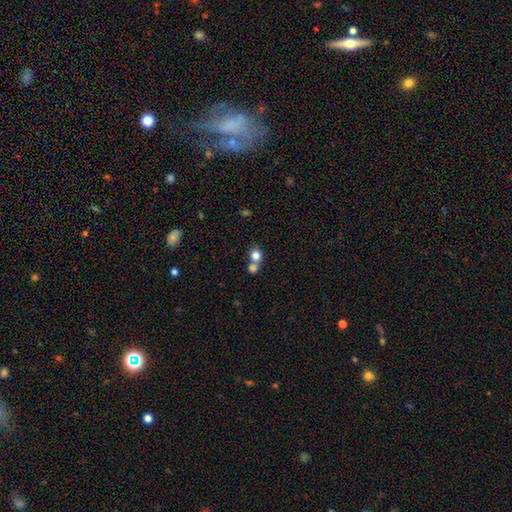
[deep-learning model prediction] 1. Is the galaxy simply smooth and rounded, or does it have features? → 81% smooth, 10% star or artifact, 9% featured or disk.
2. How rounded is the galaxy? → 77% round, 22% in between, 1% cigar-shaped.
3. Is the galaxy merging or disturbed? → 50% merger, 41% none, 6% minor disturbance, 3% major disturbance.